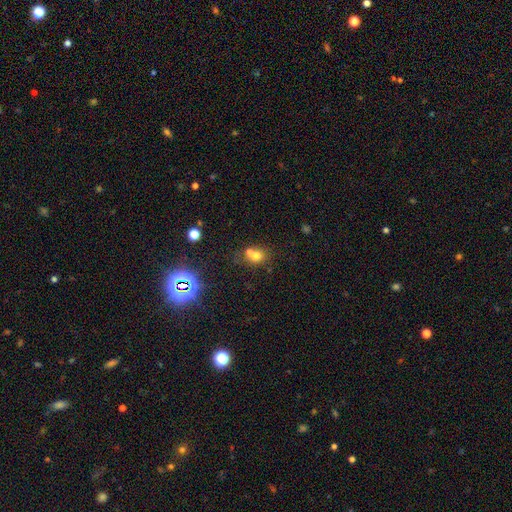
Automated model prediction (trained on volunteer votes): A smooth galaxy with no disk features (67%) that is round (76%). Merging: merger (48%).